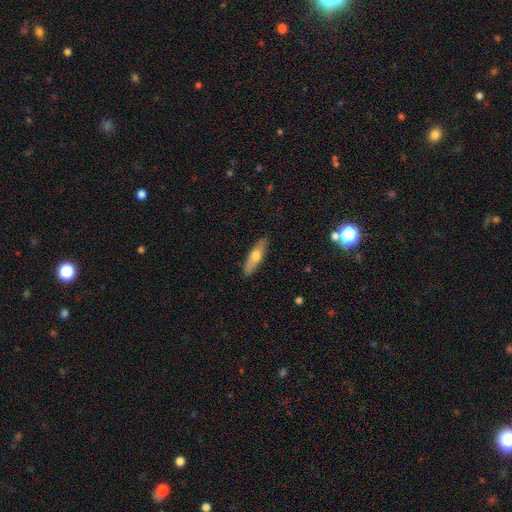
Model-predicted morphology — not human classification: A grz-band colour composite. It shows a smooth galaxy with no disk features (58%) that is cigar-shaped (62%). Merging: none (88%).